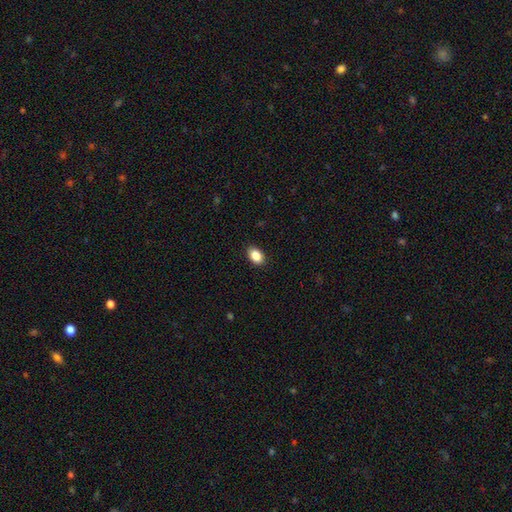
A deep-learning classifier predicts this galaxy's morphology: smooth_or_featured: smooth (p=0.88) [alt: star or artifact p=0.08]
how_rounded: in between (p=0.84) [alt: round p=0.15]
merging: none (p=0.89) [alt: minor disturbance p=0.08]